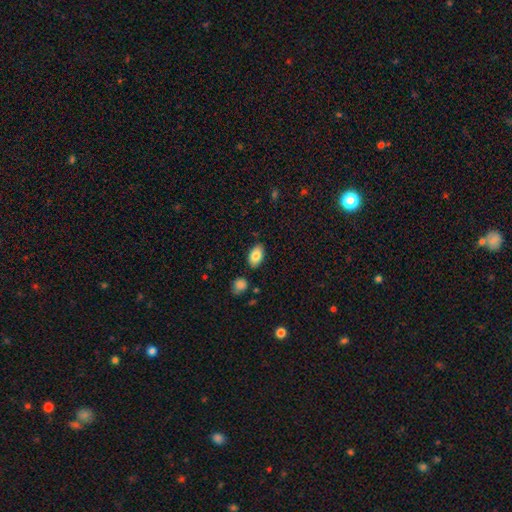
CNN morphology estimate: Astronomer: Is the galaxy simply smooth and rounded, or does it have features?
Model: smooth — 83%.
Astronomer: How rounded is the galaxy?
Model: in between — 93%.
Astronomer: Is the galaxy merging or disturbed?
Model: none — 85%.